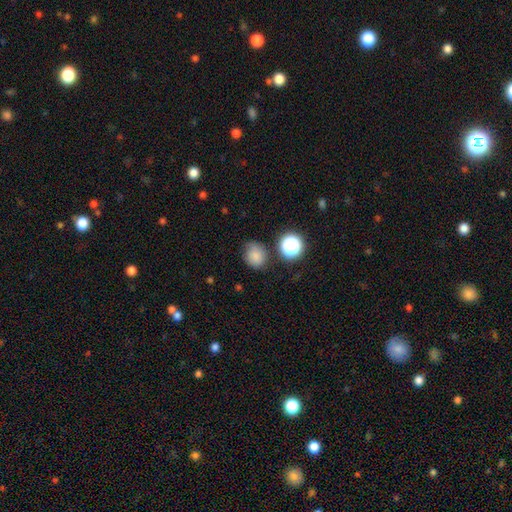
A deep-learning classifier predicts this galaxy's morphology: type=smooth (78%); roundness=round (69%); merging=none (64%).